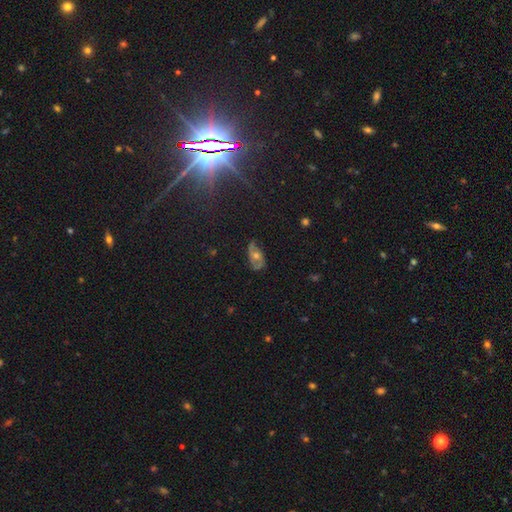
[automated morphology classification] This is possibly a featured or disk galaxy (56%). It is clearly not viewed edge-on (91%). Bar: likely no (76%). Spiral arm pattern: likely yes (72%). Central bulge: likely moderate (66%). Merging: likely none (66%).